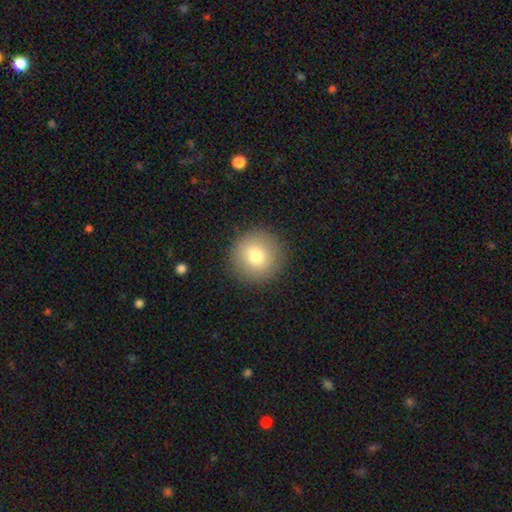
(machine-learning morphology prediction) The model was most divided on "smooth or featured": smooth: 78%, featured or disk: 12%, star or artifact: 10%. More confident: how rounded — round (95%); merging — none (91%).